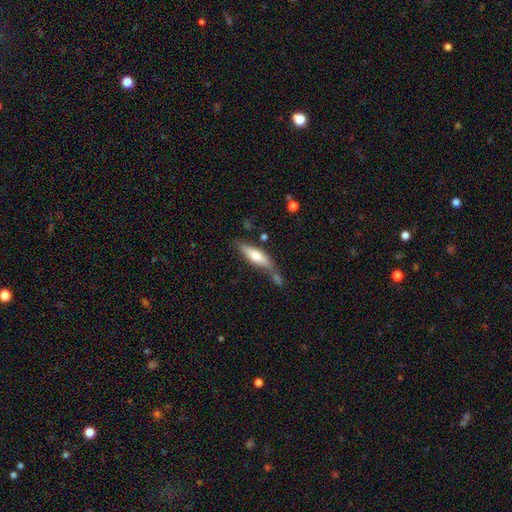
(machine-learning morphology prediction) smooth-or-featured: smooth: 60% | featured or disk: 34% | star or artifact: 6%
  how-rounded: cigar-shaped: 63% | in between: 35% | round: 2%
  merging: none: 55% | minor disturbance: 20% | merger: 19% | major disturbance: 6%